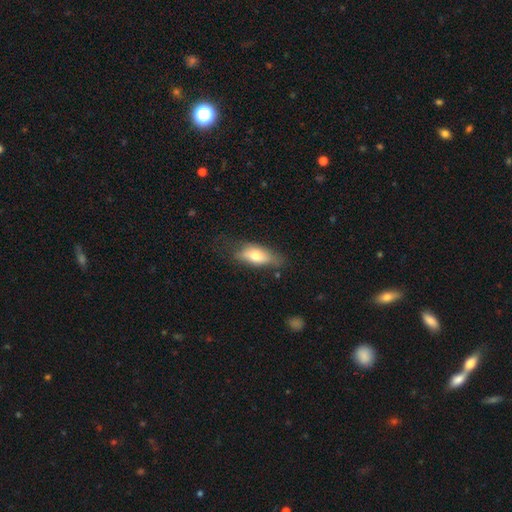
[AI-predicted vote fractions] A smooth galaxy with no disk features (69%) that is in between round and cigar-shaped (80%).

Vote fractions:
- Smooth or featured? smooth: 69% / featured or disk: 24% / star or artifact: 7%
- How rounded? in between: 80% / cigar-shaped: 16% / round: 4%
- Merging? none: 55% / minor disturbance: 30% / major disturbance: 12% / merger: 2%